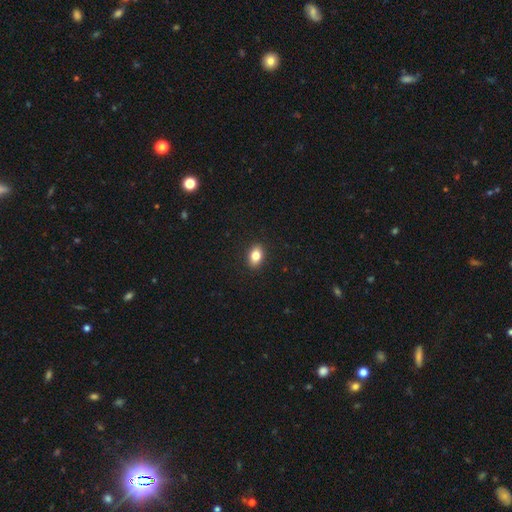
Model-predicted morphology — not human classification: This appears to be a smooth galaxy with no disk features (82%) that is in between round and cigar-shaped (83%). Merging: none (90%).